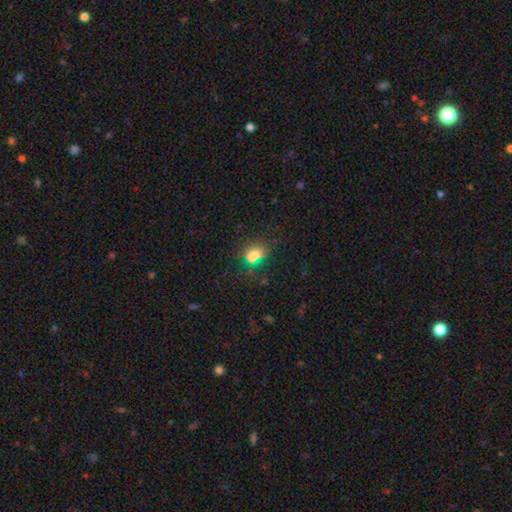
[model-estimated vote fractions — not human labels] Smooth or featured?
  - smooth: 76% *
  - star or artifact: 17%
  - featured or disk: 7%
How rounded?
  - round: 57% *
  - in between: 42%
  - cigar-shaped: 2%
Merging?
  - none: 72% *
  - minor disturbance: 17%
  - major disturbance: 7%
  - merger: 4%